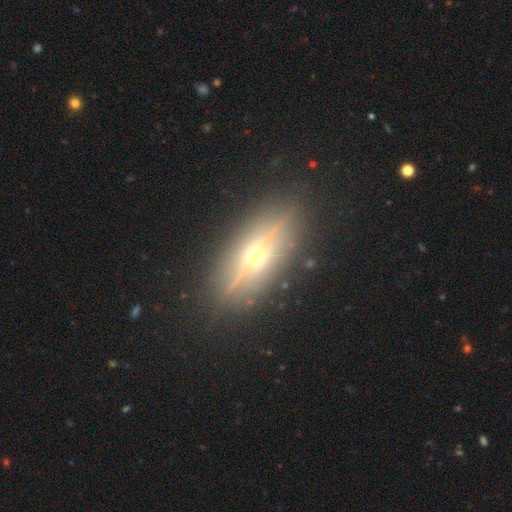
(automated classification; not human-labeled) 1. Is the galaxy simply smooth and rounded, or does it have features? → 61% featured or disk, 30% smooth, 9% star or artifact.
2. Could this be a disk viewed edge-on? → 83% yes, 17% no.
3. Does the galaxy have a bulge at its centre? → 92% rounded, 5% none, 3% boxy.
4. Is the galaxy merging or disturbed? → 84% none, 11% minor disturbance, 3% major disturbance, 2% merger.